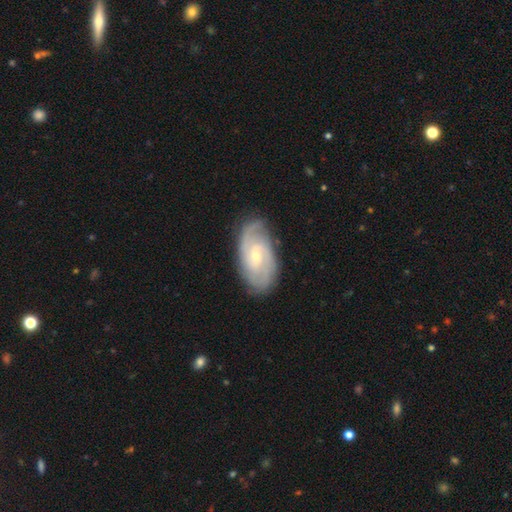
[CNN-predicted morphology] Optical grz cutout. It shows a featured or disk galaxy (83%) with no bar (47%), 2 (47%) tight (56%) spiral arms (96%) and a small central bulge (63%). Merging: none (80%).